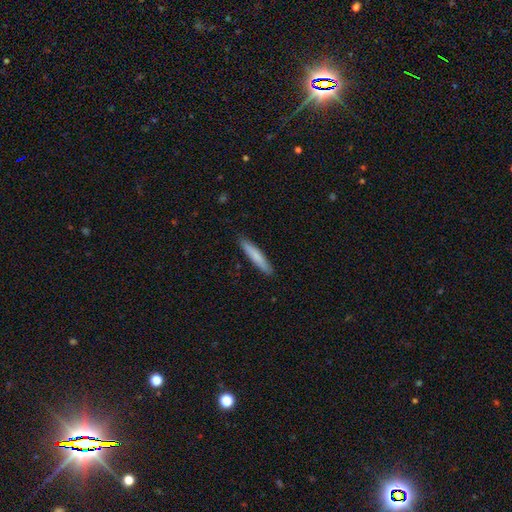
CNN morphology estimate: This appears to be a smooth galaxy with no disk features (77%) that is cigar-shaped (94%). Merging: none (90%).